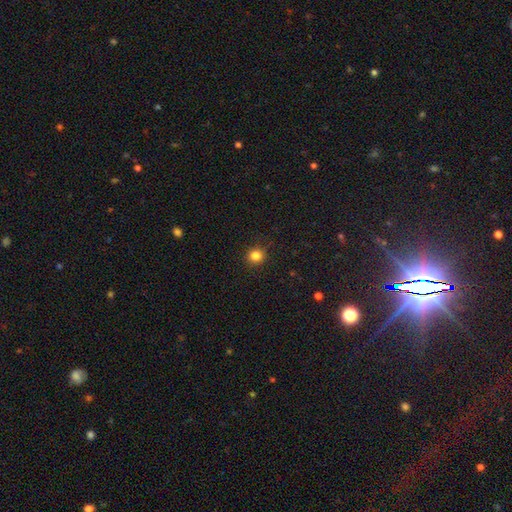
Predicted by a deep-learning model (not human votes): The model was most divided on "smooth or featured": smooth: 84%, star or artifact: 12%, featured or disk: 4%. More confident: how rounded — round (91%); merging — none (91%).